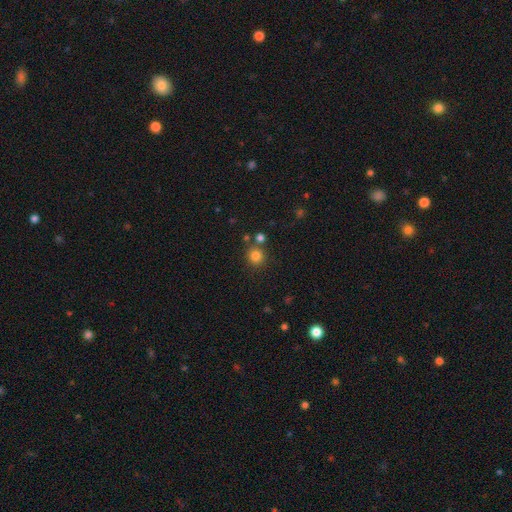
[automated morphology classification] This is clearly a smooth galaxy (81%). How rounded: clearly round (90%). Merging: likely none (78%).